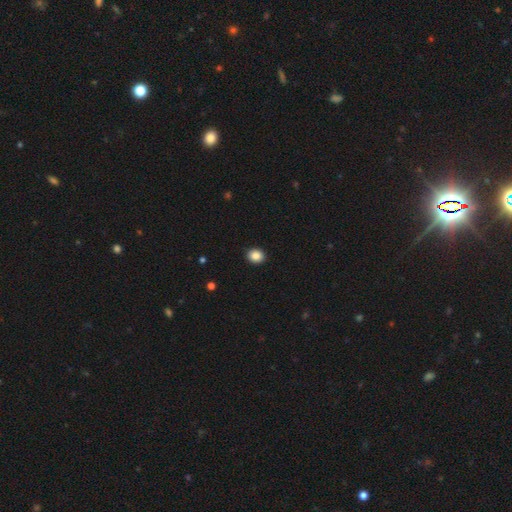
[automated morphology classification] This is clearly a smooth galaxy (86%). How rounded: likely round (69%). Merging: clearly none (93%).